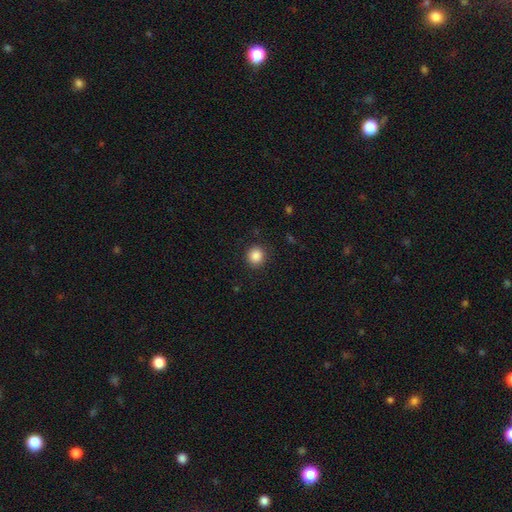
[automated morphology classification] Smooth or featured?
  - smooth: 87% *
  - star or artifact: 10%
  - featured or disk: 3%
How rounded?
  - round: 89% *
  - in between: 10%
  - cigar-shaped: 1%
Merging?
  - none: 90% *
  - minor disturbance: 7%
  - major disturbance: 3%
  - merger: 1%